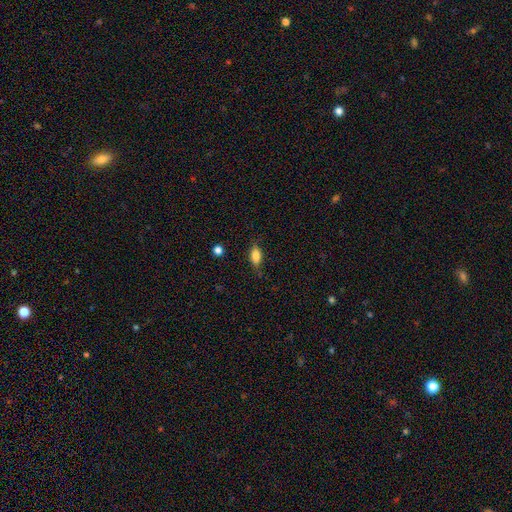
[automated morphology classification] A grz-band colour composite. It shows a smooth galaxy with no disk features (79%) that is in between round and cigar-shaped (82%). Merging: none (73%).